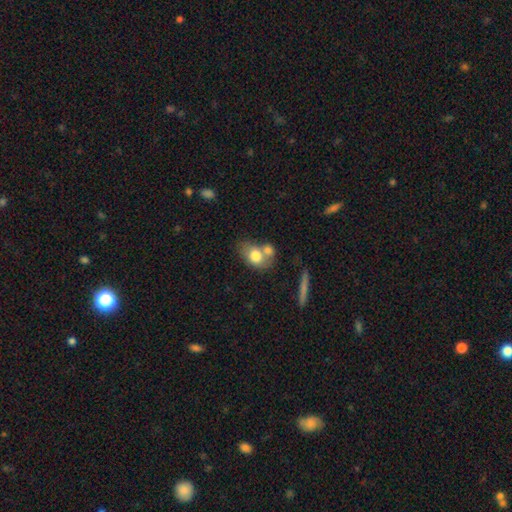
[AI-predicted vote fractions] smooth-or-featured: smooth: 74% | featured or disk: 18% | star or artifact: 8%
  how-rounded: in between: 71% | round: 27% | cigar-shaped: 2%
  merging: merger: 44% | none: 37% | minor disturbance: 13% | major disturbance: 6%